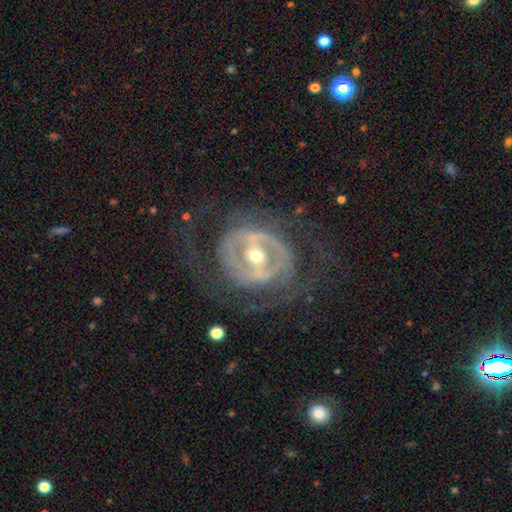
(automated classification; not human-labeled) This appears to be a featured or disk galaxy (86%) with a strong bar (55%), 2 (48%) tight (49%) spiral arms (70%) and a moderate central bulge (59%). Merging: none (66%).